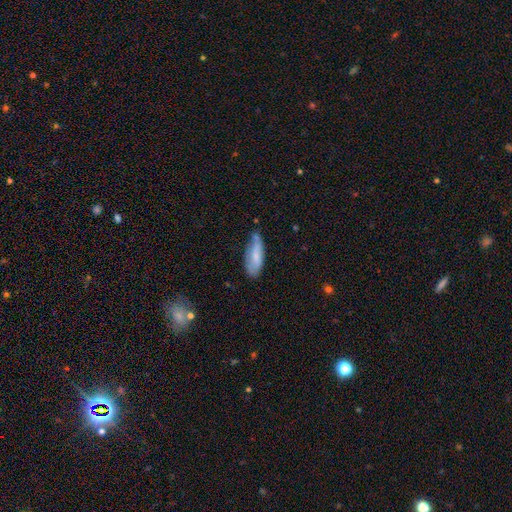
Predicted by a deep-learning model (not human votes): smooth_or_featured: smooth (p=0.71) [alt: featured or disk p=0.23]
how_rounded: in between (p=0.63) [alt: cigar-shaped p=0.35]
merging: none (p=0.49) [alt: minor disturbance p=0.37]